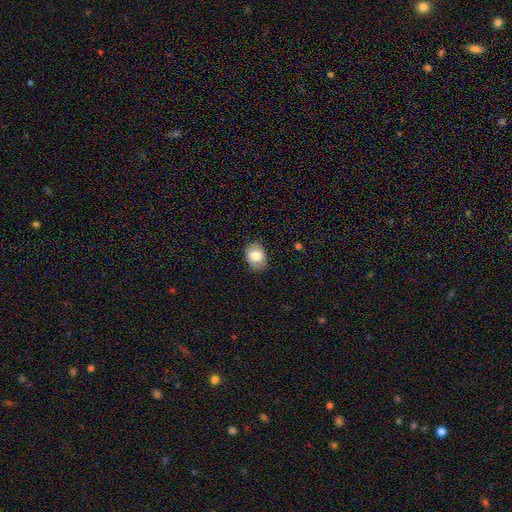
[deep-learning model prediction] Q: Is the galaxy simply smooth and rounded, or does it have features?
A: smooth — 79%.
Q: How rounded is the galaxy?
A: in between — 62%.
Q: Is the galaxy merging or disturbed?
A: none — 82%.